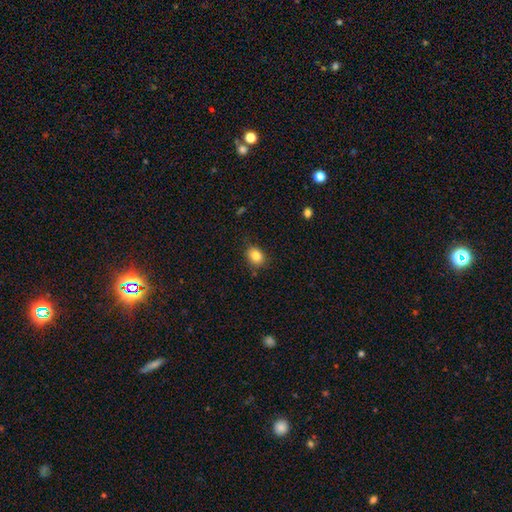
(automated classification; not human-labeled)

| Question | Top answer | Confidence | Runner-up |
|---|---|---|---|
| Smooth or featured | smooth | 83% | star or artifact (10%) |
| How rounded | in between | 56% | round (43%) |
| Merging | none | 82% | minor disturbance (14%) |